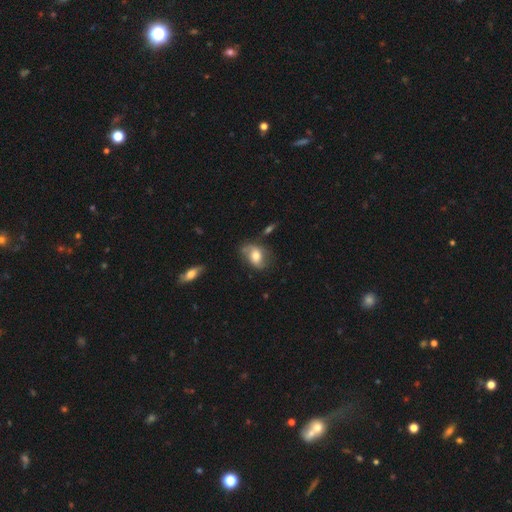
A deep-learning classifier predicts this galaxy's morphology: smooth_or_featured: smooth (p=0.51) [alt: featured or disk p=0.41]
how_rounded: in between (p=0.79) [alt: round p=0.19]
merging: none (p=0.58) [alt: minor disturbance p=0.27]